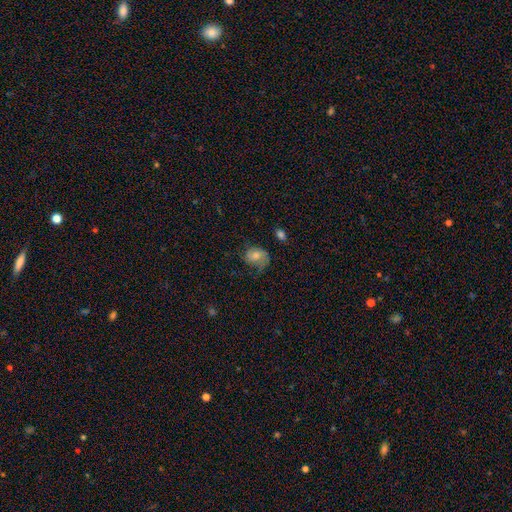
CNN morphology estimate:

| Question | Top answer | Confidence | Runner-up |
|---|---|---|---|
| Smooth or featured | smooth | 56% | featured or disk (35%) |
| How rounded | in between | 51% | round (47%) |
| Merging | none | 46% | minor disturbance (29%) |